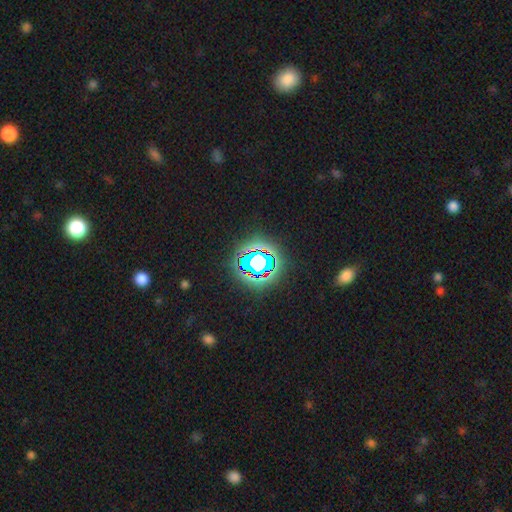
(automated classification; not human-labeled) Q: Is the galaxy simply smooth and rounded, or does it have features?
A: star or artifact — 68%.